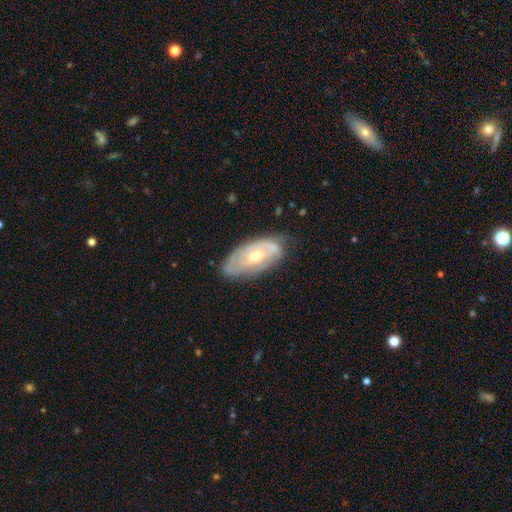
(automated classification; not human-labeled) Morphology: type=featured or disk (70%); edge-on=no (90%); bar=no (63%); spiral arms=yes (68%); bulge=moderate (69%); merging=none (66%).